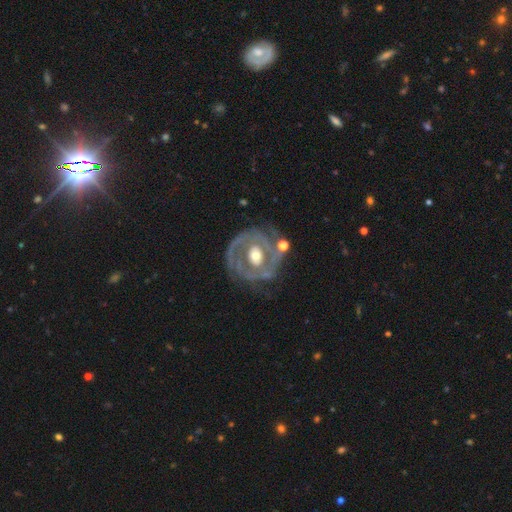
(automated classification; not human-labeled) Smooth or featured: featured or disk — 80% (smooth — 15%)
Edge-on disk: no — 97% (yes — 3%)
Bar: no — 69% (weak — 21%)
Spiral arms: yes — 61% (no — 39%)
Bulge size: moderate — 69% (large — 15%)
Merging: none — 61% (minor disturbance — 19%)